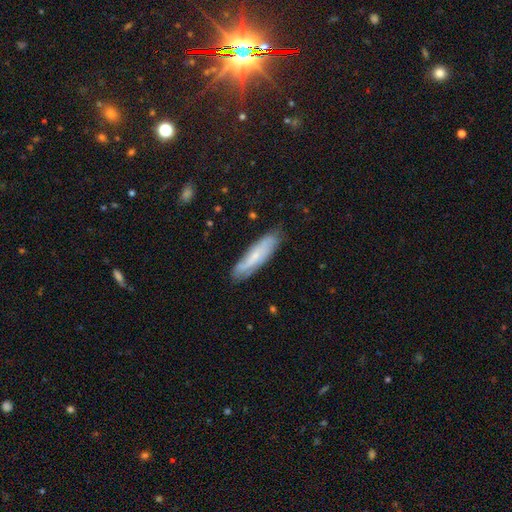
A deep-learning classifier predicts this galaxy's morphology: type=featured or disk (51%); edge-on=no (66%); merging=none (76%).